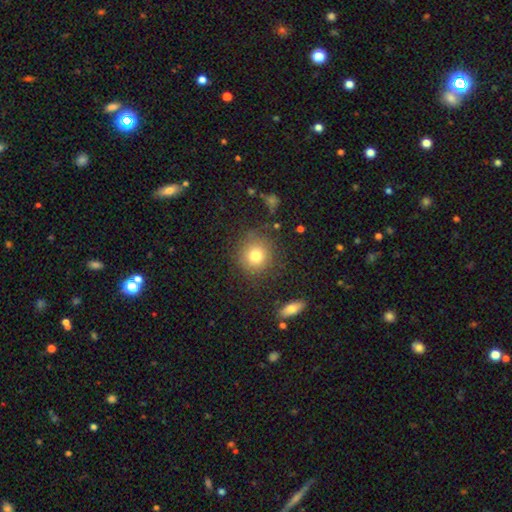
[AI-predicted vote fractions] smooth-or-featured: smooth: 79% | star or artifact: 12% | featured or disk: 9%
  how-rounded: round: 89% | in between: 10% | cigar-shaped: 1%
  merging: none: 82% | minor disturbance: 11% | major disturbance: 4% | merger: 3%